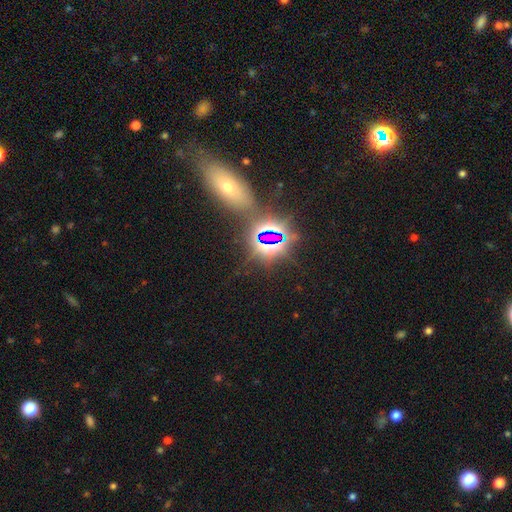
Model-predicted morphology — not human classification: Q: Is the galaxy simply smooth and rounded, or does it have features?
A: star or artifact — 64%.